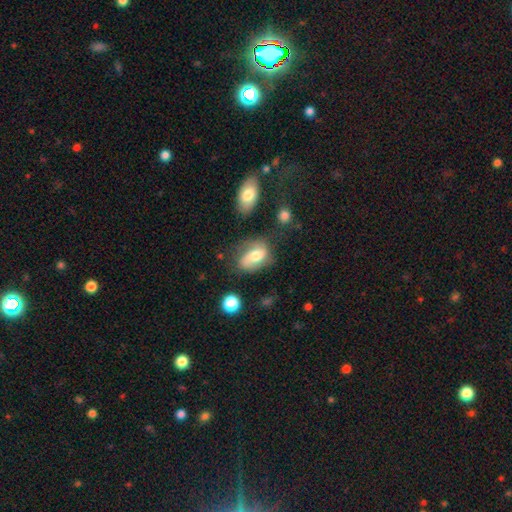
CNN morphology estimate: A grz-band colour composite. It shows a smooth galaxy with no disk features (53%) that is in between round and cigar-shaped (84%). Merging: none (50%).